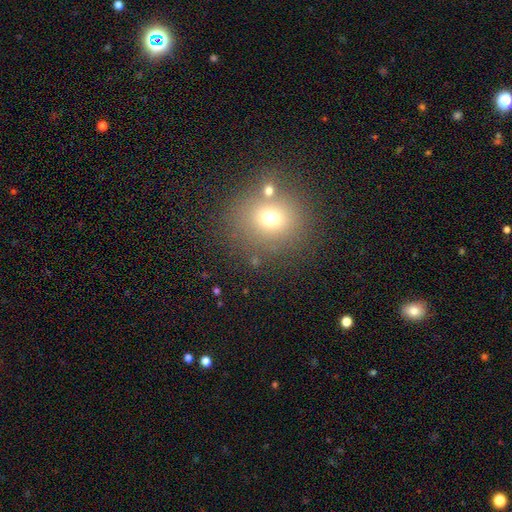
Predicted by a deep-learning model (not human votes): Q: Smooth or featured?
A: smooth (67%); runner-up: star or artifact (21%)
Q: How rounded?
A: round (83%); runner-up: in between (16%)
Q: Merging?
A: none (74%); runner-up: merger (12%)